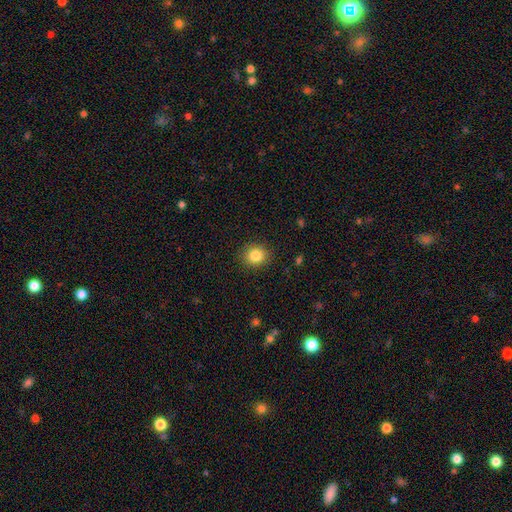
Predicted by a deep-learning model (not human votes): Smooth or featured? Predicted: smooth (p=0.84). How rounded? Predicted: round (p=0.77). Merging? Predicted: none (p=0.89).